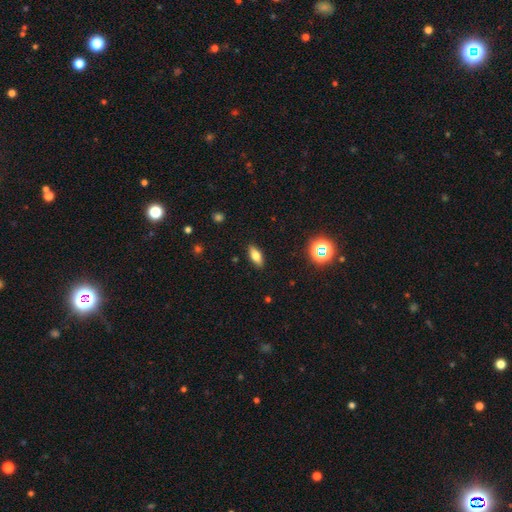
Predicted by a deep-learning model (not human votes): Smooth or featured?
  - smooth: 70% *
  - featured or disk: 19%
  - star or artifact: 10%
How rounded?
  - in between: 76% *
  - cigar-shaped: 20%
  - round: 4%
Merging?
  - none: 89% *
  - minor disturbance: 8%
  - major disturbance: 2%
  - merger: 1%